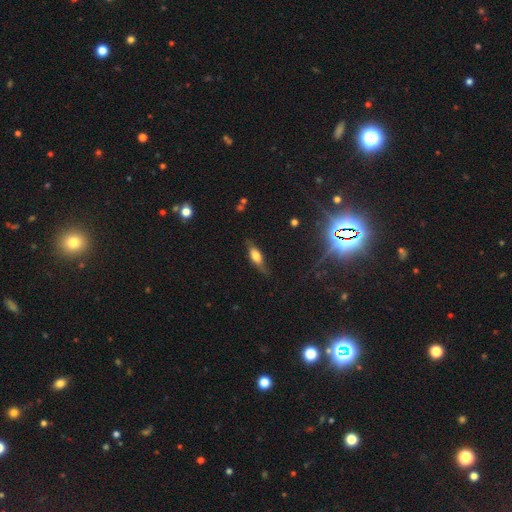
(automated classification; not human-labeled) A smooth galaxy with no disk features (54%) that is in between round and cigar-shaped (61%). Merging: none (69%).